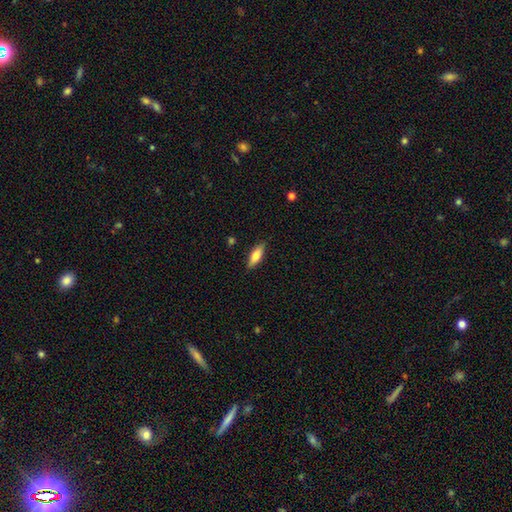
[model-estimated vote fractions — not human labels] Smooth or featured? Predicted: smooth (p=0.70). How rounded? Predicted: in between (p=0.62). Merging? Predicted: none (p=0.86).